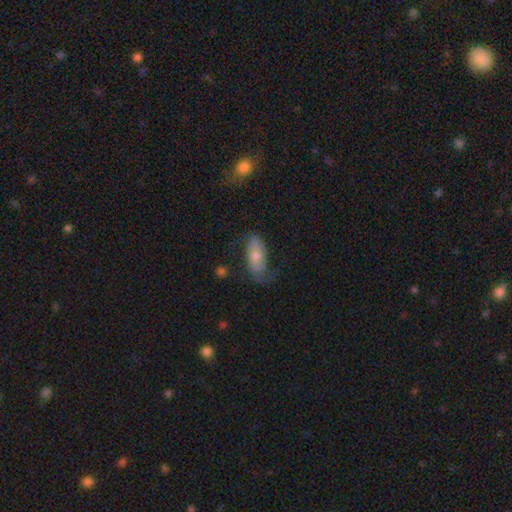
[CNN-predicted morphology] The model was most divided on "smooth or featured": smooth: 56%, featured or disk: 37%, star or artifact: 7%. More confident: how rounded — in between (87%); merging — none (58%).